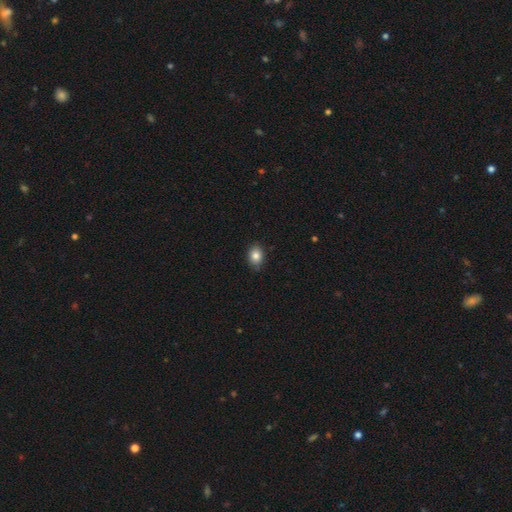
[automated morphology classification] The model was most divided on "how rounded": in between: 60%, round: 39%, cigar-shaped: 1%. More confident: smooth or featured — smooth (84%); merging — none (83%).